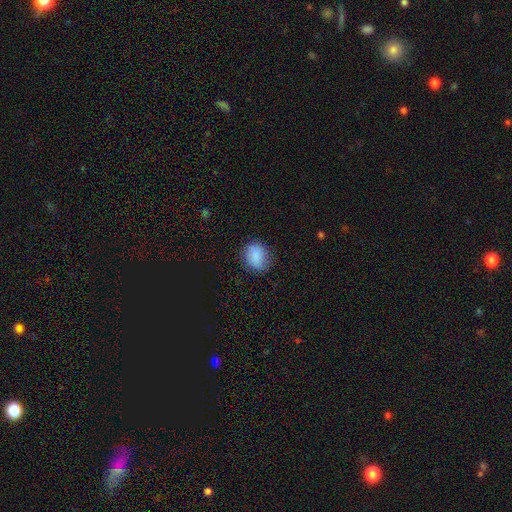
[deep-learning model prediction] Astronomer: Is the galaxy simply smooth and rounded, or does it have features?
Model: smooth — 85%.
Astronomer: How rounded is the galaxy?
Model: round — 57% (runner-up: in between, 42%).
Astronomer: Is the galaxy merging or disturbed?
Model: none — 79%.